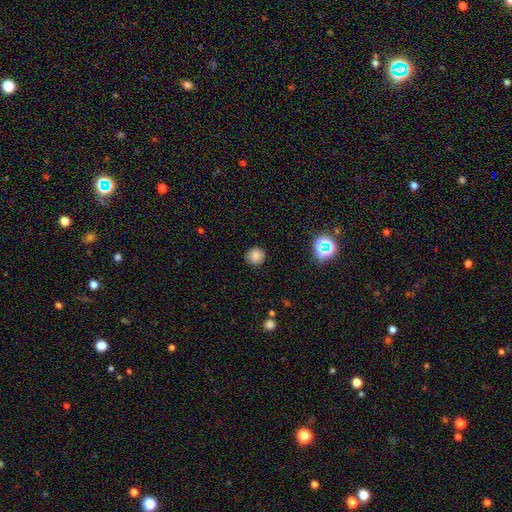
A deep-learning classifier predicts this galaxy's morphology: smooth 81%, star or artifact 14%, featured or disk 5%. Down the decision tree: how rounded — round (93%); merging — none (88%).